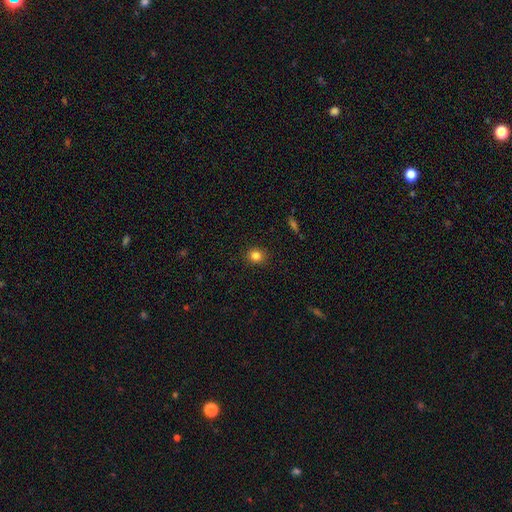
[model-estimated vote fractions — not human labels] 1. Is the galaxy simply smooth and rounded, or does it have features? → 83% smooth, 12% star or artifact, 5% featured or disk.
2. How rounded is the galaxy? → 81% round, 18% in between, 1% cigar-shaped.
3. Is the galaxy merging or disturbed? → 90% none, 7% minor disturbance, 2% major disturbance, 1% merger.